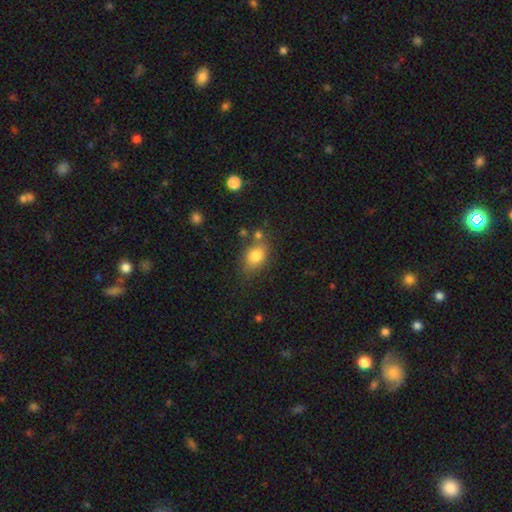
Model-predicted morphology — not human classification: smooth 80%, featured or disk 10%, star or artifact 10%. Down the decision tree: how rounded — in between (71%); merging — none (67%).